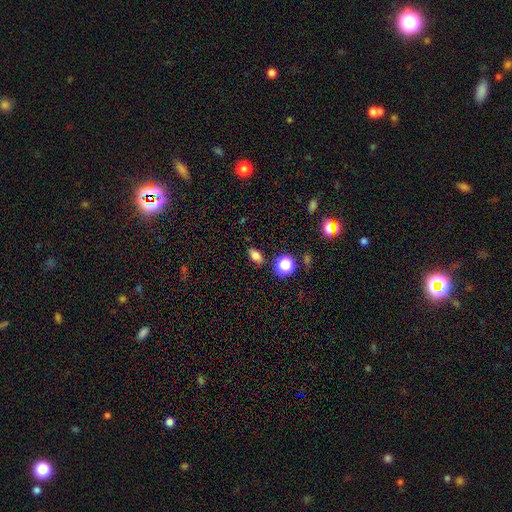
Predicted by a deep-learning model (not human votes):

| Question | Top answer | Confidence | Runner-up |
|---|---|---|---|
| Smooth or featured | smooth | 74% | star or artifact (15%) |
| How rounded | in between | 80% | round (15%) |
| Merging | none | 84% | minor disturbance (10%) |